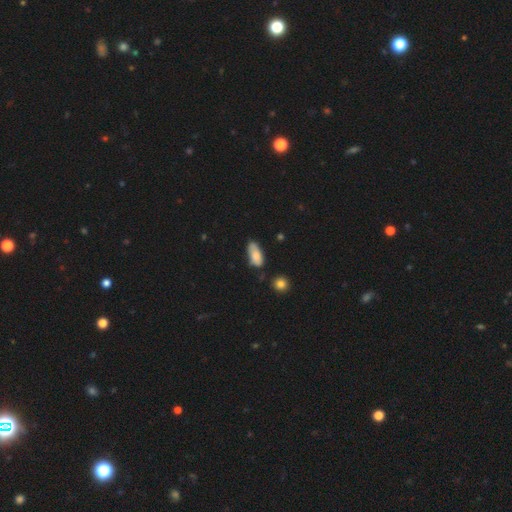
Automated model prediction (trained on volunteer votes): A smooth galaxy with no disk features (78%) that is in between round and cigar-shaped (86%).

Vote fractions:
- Smooth or featured? smooth: 78% / featured or disk: 14% / star or artifact: 7%
- How rounded? in between: 86% / cigar-shaped: 11% / round: 3%
- Merging? none: 53% / minor disturbance: 34% / major disturbance: 7% / merger: 5%